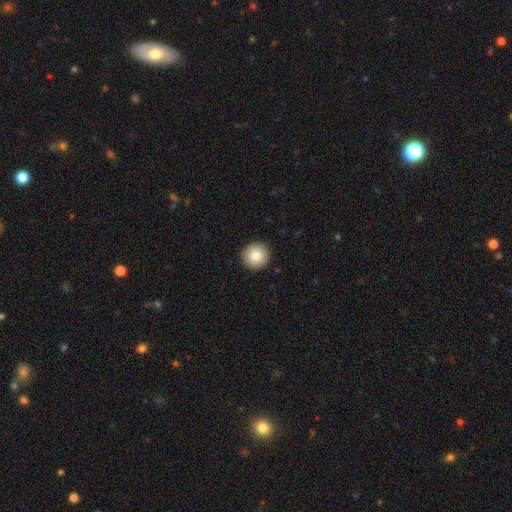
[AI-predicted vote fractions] Smooth or featured? smooth (85%)
How rounded? round (94%)
Merging? none (92%)